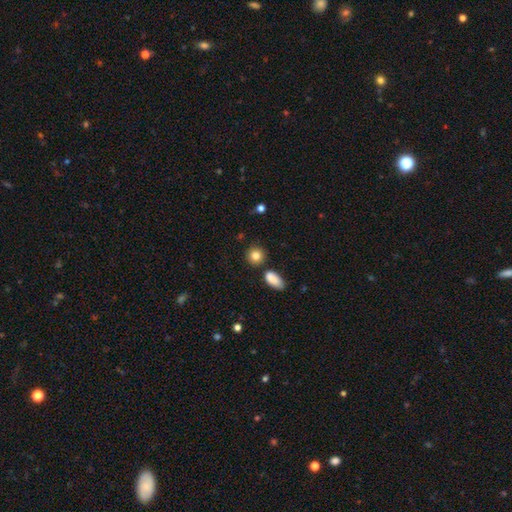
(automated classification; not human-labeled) Q: Smooth or featured?
A: smooth (85%); runner-up: star or artifact (9%)
Q: How rounded?
A: round (84%); runner-up: in between (14%)
Q: Merging?
A: none (81%); runner-up: minor disturbance (10%)